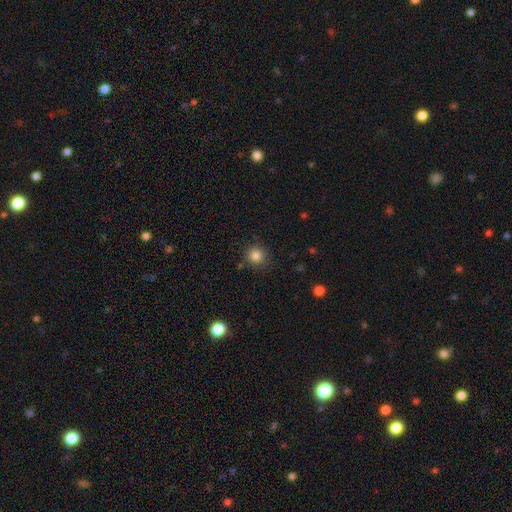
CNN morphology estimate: smooth_or_featured: smooth (p=0.82) [alt: star or artifact p=0.12]
how_rounded: round (p=0.92) [alt: in between p=0.07]
merging: none (p=0.88) [alt: minor disturbance p=0.07]